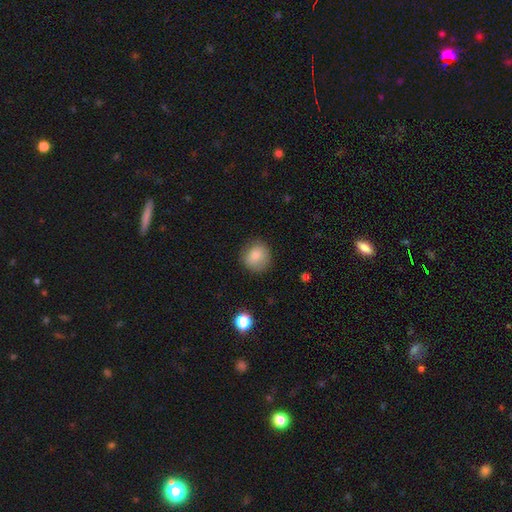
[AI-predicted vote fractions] This is clearly a smooth galaxy (83%). How rounded: clearly round (87%). Merging: clearly none (82%).